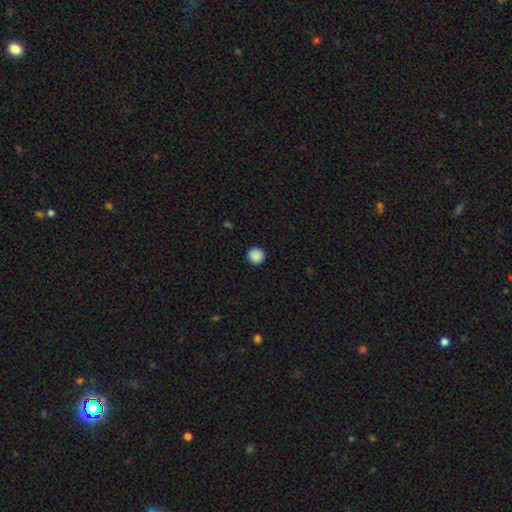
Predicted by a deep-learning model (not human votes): smooth-or-featured: smooth: 89% | star or artifact: 9% | featured or disk: 2%
  how-rounded: round: 94% | in between: 5% | cigar-shaped: 1%
  merging: none: 92% | minor disturbance: 5% | major disturbance: 2% | merger: 1%